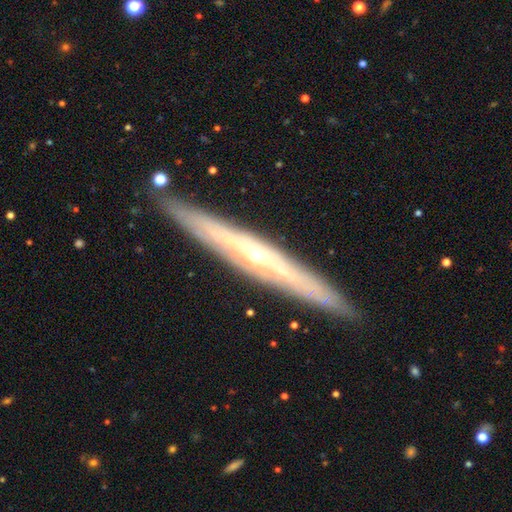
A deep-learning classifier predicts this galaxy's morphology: Q: Smooth or featured?
A: featured or disk (79%); runner-up: smooth (15%)
Q: Edge-on disk?
A: yes (91%); runner-up: no (9%)
Q: Edge-on bulge?
A: rounded (74%); runner-up: none (23%)
Q: Merging?
A: none (89%); runner-up: minor disturbance (7%)